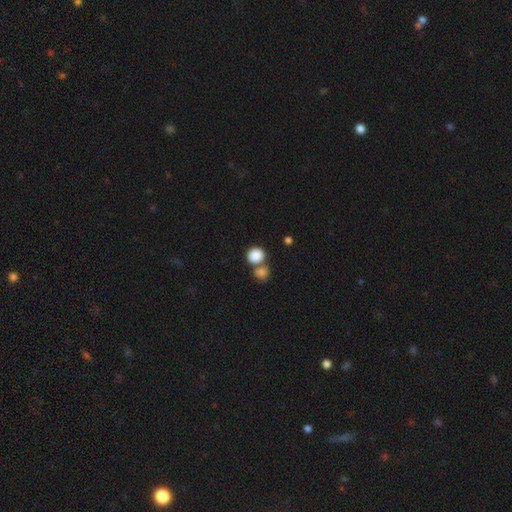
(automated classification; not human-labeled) This is clearly a smooth galaxy (86%). How rounded: likely round (80%). Merging: possibly none (45%).